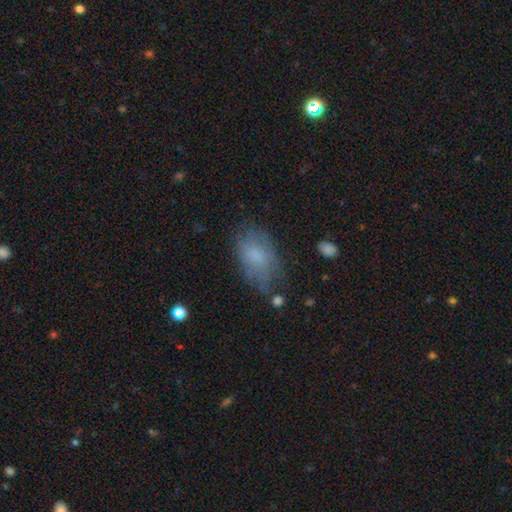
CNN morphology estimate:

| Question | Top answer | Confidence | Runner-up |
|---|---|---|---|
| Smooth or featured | smooth | 68% | featured or disk (21%) |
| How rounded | in between | 90% | round (8%) |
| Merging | none | 58% | minor disturbance (28%) |